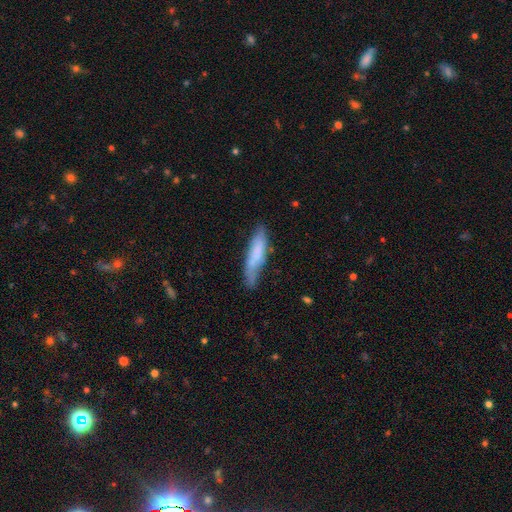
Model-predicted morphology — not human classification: type=smooth (69%); roundness=cigar-shaped (74%); merging=none (59%).